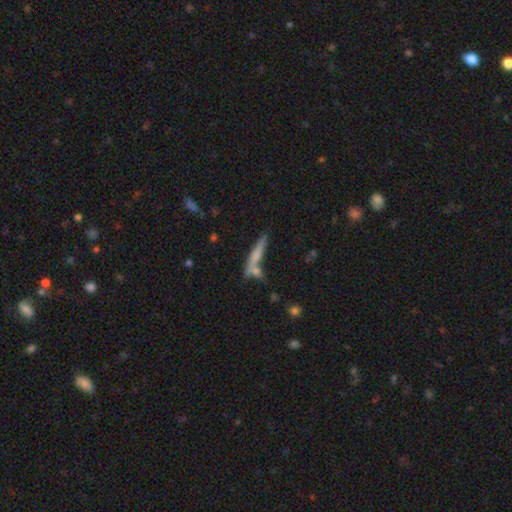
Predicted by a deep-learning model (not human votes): smooth_or_featured: smooth (p=0.58) [alt: featured or disk p=0.34]
how_rounded: cigar-shaped (p=0.90) [alt: in between p=0.08]
merging: none (p=0.59) [alt: merger p=0.22]